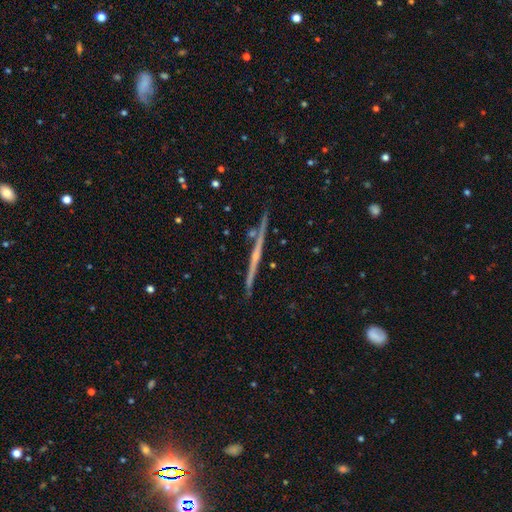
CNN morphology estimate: smooth-or-featured: featured or disk: 71% | smooth: 19% | star or artifact: 10%
  disk-edge-on: yes: 97% | no: 3%
    edge-on-bulge: none: 67% | rounded: 27% | boxy: 6%
  merging: none: 87% | minor disturbance: 9% | merger: 2% | major disturbance: 2%